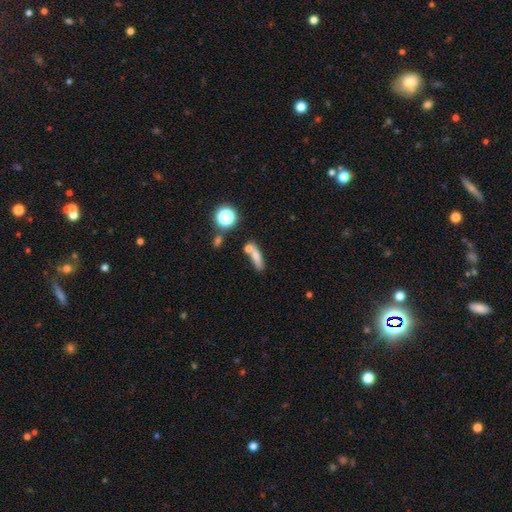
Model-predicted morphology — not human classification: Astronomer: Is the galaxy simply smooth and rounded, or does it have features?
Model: smooth — 71%.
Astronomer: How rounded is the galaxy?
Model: cigar-shaped — 56% (runner-up: in between, 34%).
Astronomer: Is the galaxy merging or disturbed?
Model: none — 59%.